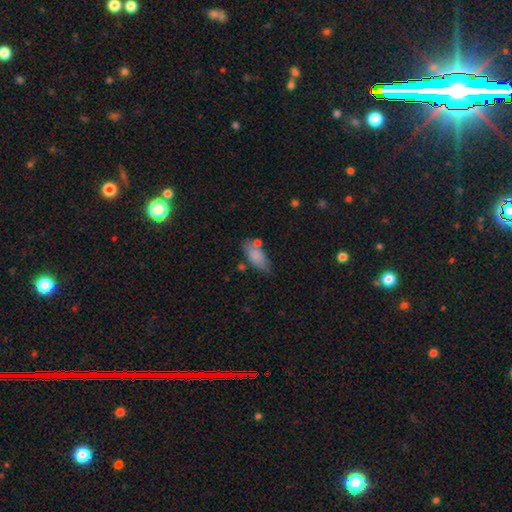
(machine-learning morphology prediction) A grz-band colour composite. It shows a smooth galaxy with no disk features (81%) that is in between round and cigar-shaped (88%). Merging: none (59%).